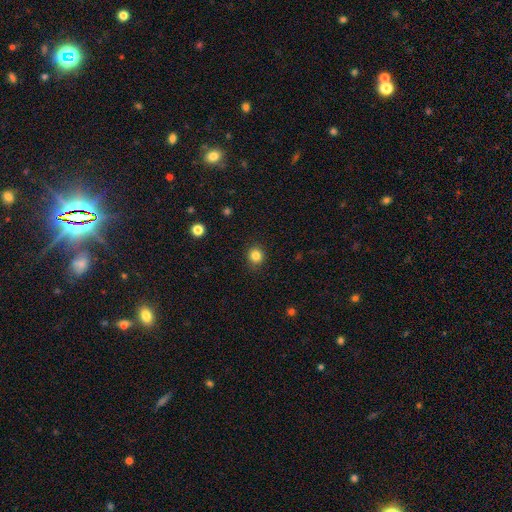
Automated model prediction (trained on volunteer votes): This appears to be a smooth galaxy with no disk features (83%) that is round (88%). Merging: none (90%).